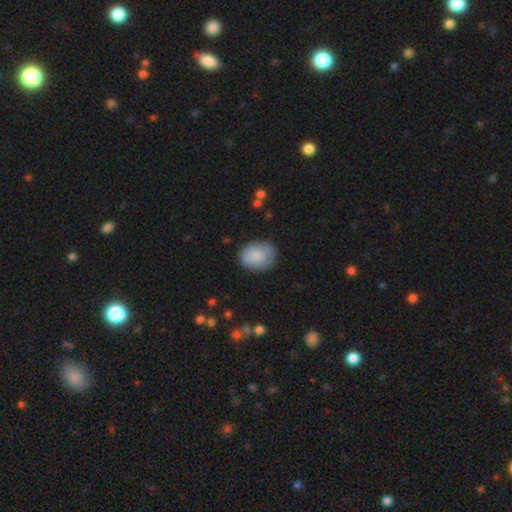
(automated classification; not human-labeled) smooth 85%, featured or disk 9%, star or artifact 6%. Down the decision tree: how rounded — in between (57%); merging — none (77%).